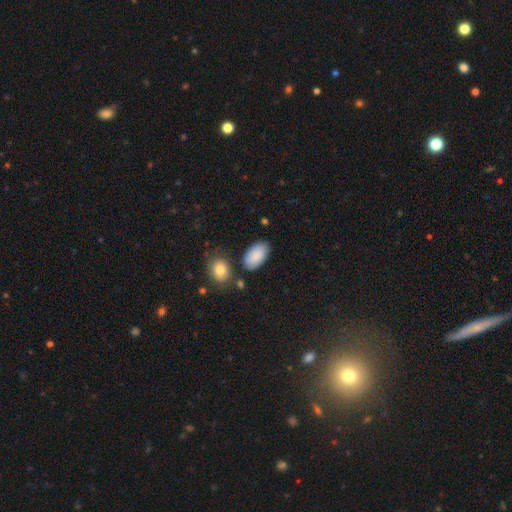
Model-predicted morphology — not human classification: type=smooth (86%); roundness=in between (95%); merging=none (76%).